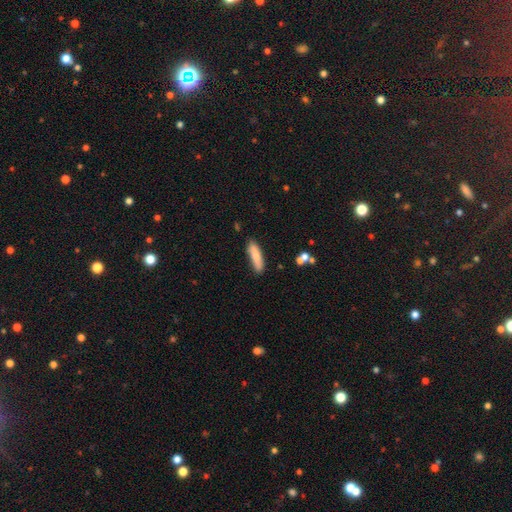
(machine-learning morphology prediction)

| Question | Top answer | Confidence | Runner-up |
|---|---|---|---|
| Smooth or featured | smooth | 79% | featured or disk (14%) |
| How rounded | cigar-shaped | 69% | in between (29%) |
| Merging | none | 82% | minor disturbance (13%) |